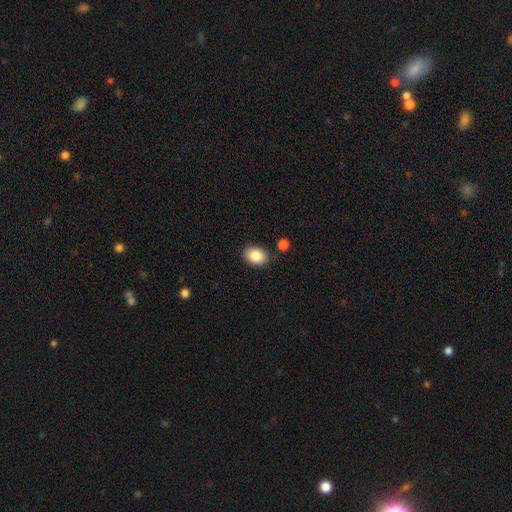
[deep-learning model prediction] Morphology: type=smooth (86%); roundness=in between (75%); merging=none (84%).